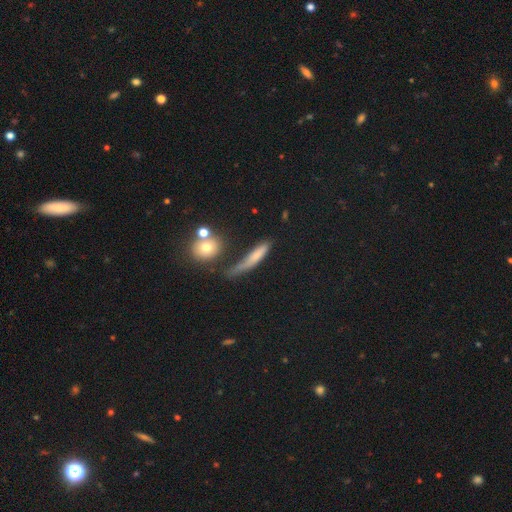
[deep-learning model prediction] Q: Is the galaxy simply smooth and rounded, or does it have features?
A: smooth — 66%.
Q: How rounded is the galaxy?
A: cigar-shaped — 76%.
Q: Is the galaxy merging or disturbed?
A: none — 44%.